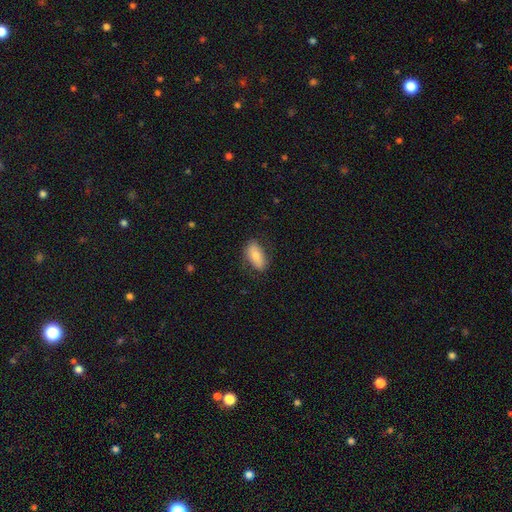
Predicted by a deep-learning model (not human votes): The model was most divided on "smooth or featured": smooth: 76%, featured or disk: 17%, star or artifact: 6%. More confident: how rounded — in between (90%); merging — none (77%).